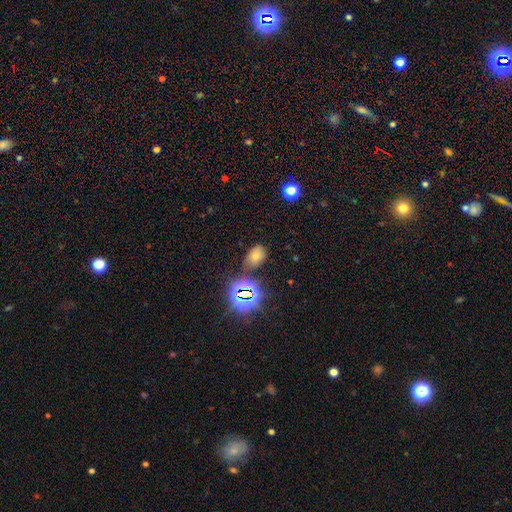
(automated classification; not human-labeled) smooth_or_featured: star or artifact (p=0.44) [alt: smooth p=0.42]